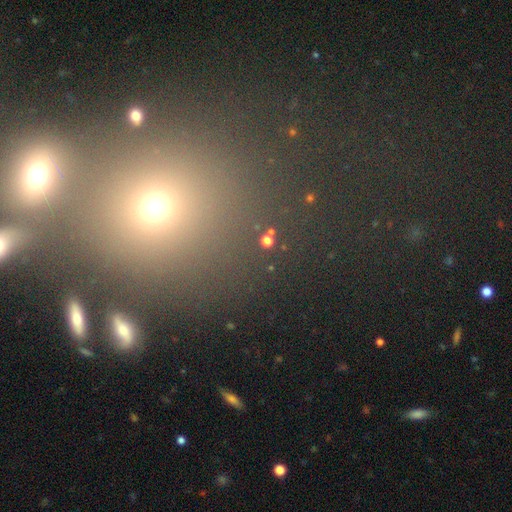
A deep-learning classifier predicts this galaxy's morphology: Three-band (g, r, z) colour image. It shows a smooth galaxy with no disk features (56%) that is round (79%). Merging: none (59%).